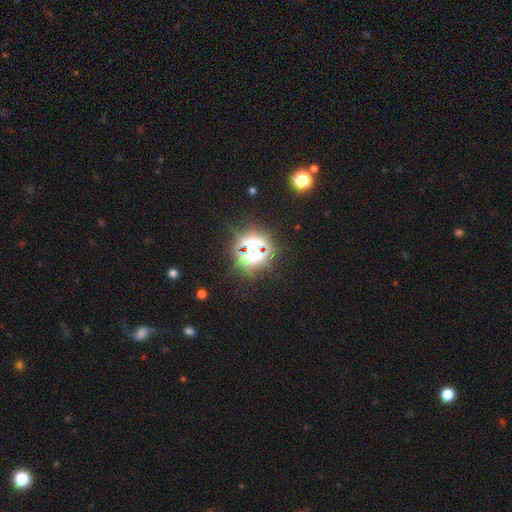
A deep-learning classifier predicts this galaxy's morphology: A star or artifact, not a galaxy (73%).

Vote fractions:
- Smooth or featured? star or artifact: 73% / smooth: 17% / featured or disk: 10%